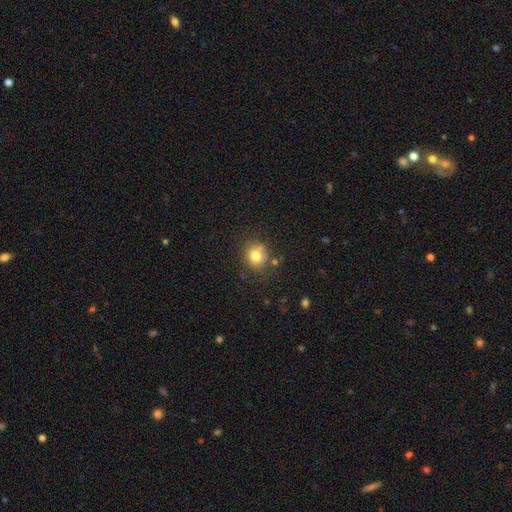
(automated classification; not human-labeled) Morphology: type=smooth (78%); roundness=round (85%); merging=none (72%).